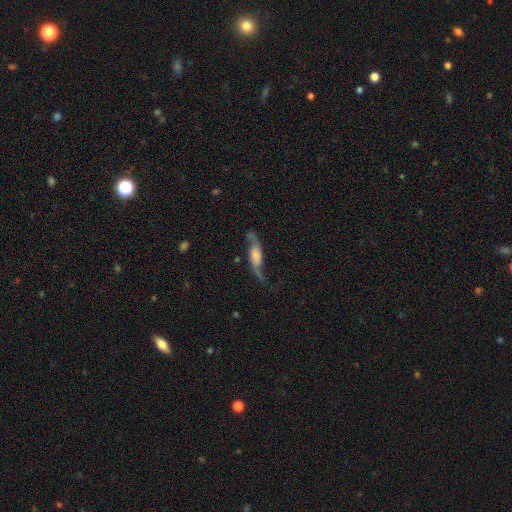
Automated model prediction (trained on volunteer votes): This is likely a featured or disk galaxy (71%). It is likely not viewed edge-on (76%). Bar: possibly no (52%). Spiral arm pattern: clearly yes (91%). Central bulge: marginally none (29%). Merging: possibly none (60%).